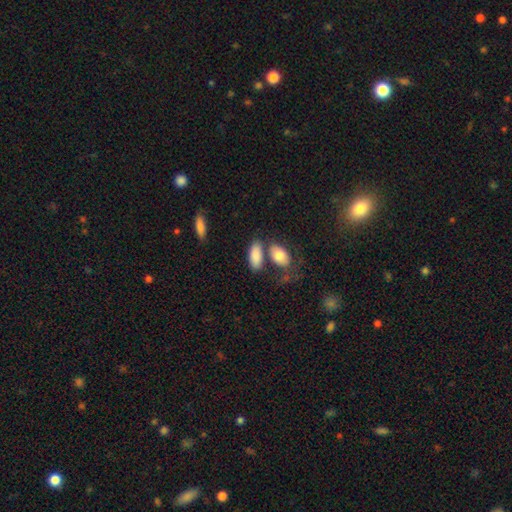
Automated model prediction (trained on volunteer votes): The model was most divided on "merging": none: 56%, merger: 24%, minor disturbance: 14%, major disturbance: 6%. More confident: how rounded — in between (90%); smooth or featured — smooth (86%).